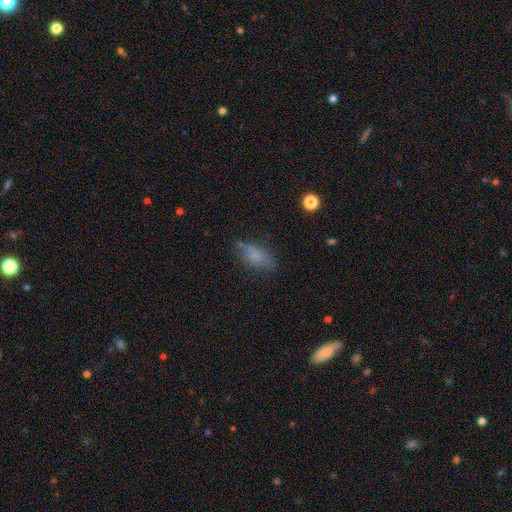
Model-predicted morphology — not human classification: Q: Smooth or featured?
A: smooth (75%); runner-up: featured or disk (14%)
Q: How rounded?
A: in between (84%); runner-up: cigar-shaped (11%)
Q: Merging?
A: none (65%); runner-up: minor disturbance (23%)